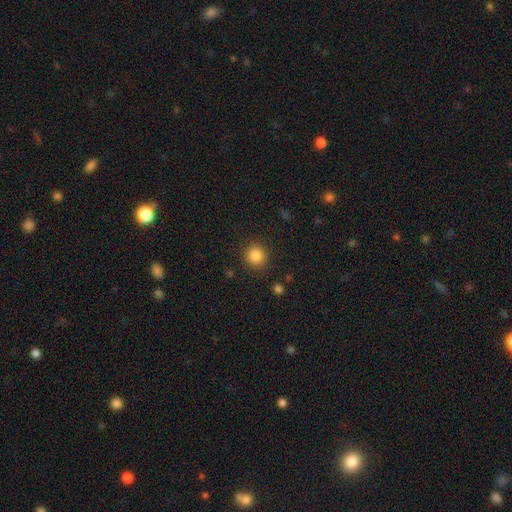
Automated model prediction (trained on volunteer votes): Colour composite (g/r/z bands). It shows a smooth galaxy with no disk features (85%) that is round (91%). Merging: none (89%).